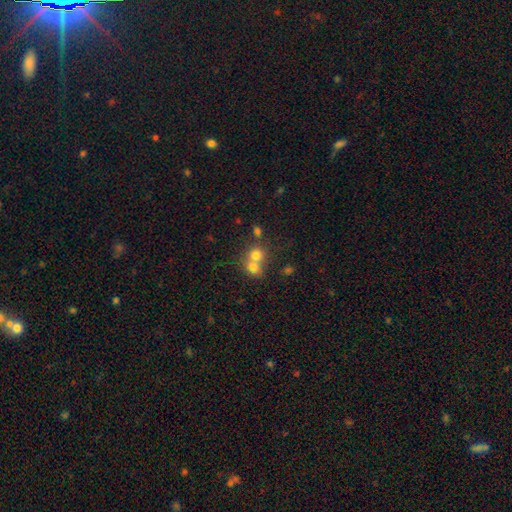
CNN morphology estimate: Overall: smooth (73%). How rounded: round (77%). Merging: merger (62%; none 30%).